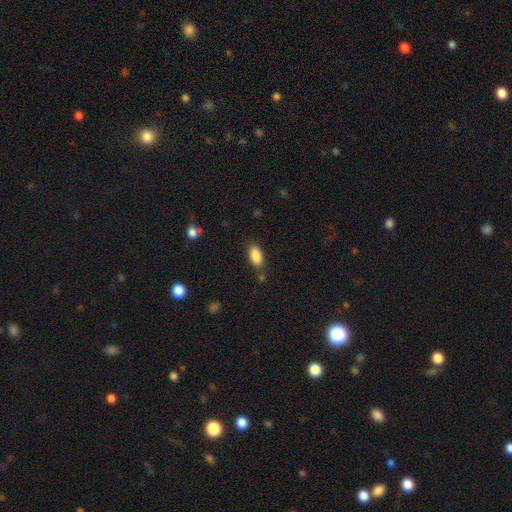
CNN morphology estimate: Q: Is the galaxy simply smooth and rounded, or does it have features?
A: smooth — 88%.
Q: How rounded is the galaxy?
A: in between — 90%.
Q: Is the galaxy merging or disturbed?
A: none — 80%.